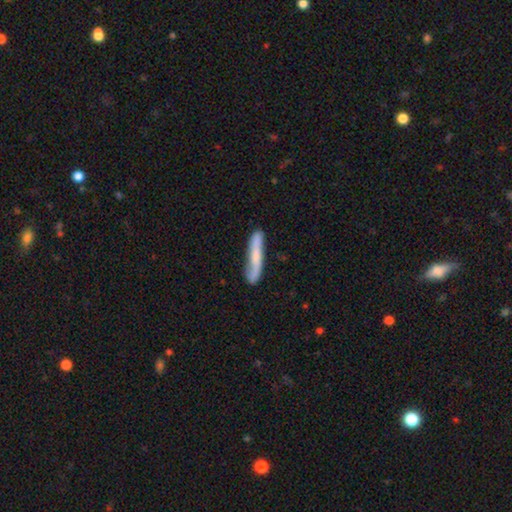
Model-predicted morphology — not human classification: A smooth galaxy with no disk features (52%) that is cigar-shaped (91%). Merging: none (74%).